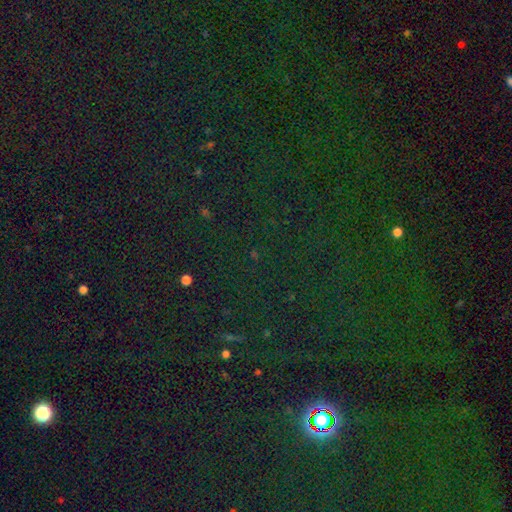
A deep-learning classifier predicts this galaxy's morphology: type=star or artifact (80%).